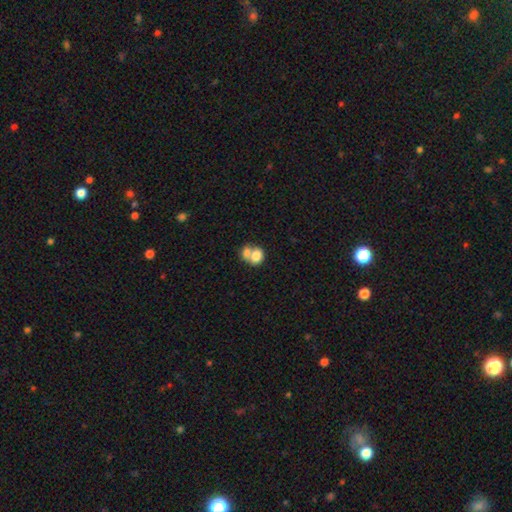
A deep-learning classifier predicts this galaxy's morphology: Smooth or featured: smooth — 76% (featured or disk — 15%)
How rounded: round — 51% (in between — 48%)
Merging: merger — 65% (none — 24%)